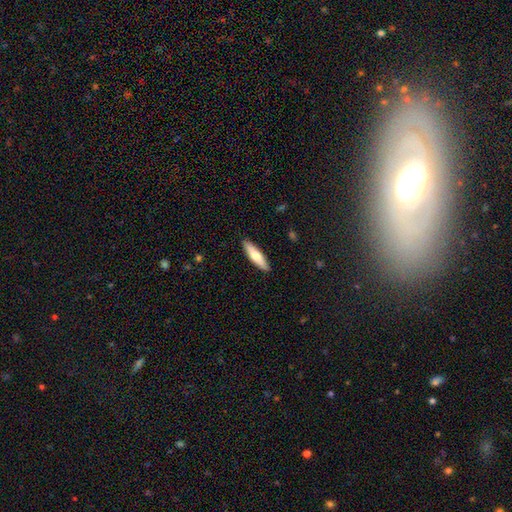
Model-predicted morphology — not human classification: Smooth or featured? Predicted: smooth (p=0.68). How rounded? Predicted: cigar-shaped (p=0.74). Merging? Predicted: none (p=0.90).